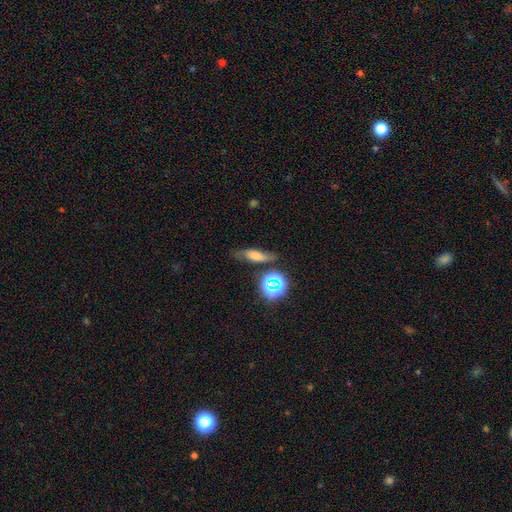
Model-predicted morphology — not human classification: smooth-or-featured: smooth: 49% | featured or disk: 32% | star or artifact: 19%
  merging: none: 64% | minor disturbance: 23% | major disturbance: 8% | merger: 5%